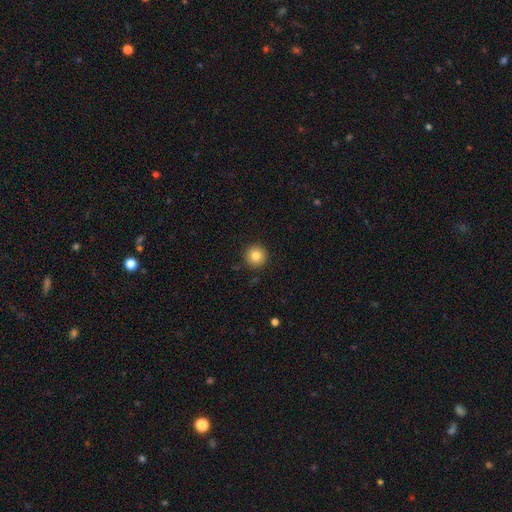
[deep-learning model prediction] smooth 84%, star or artifact 10%, featured or disk 7%. Down the decision tree: how rounded — round (96%); merging — none (90%).